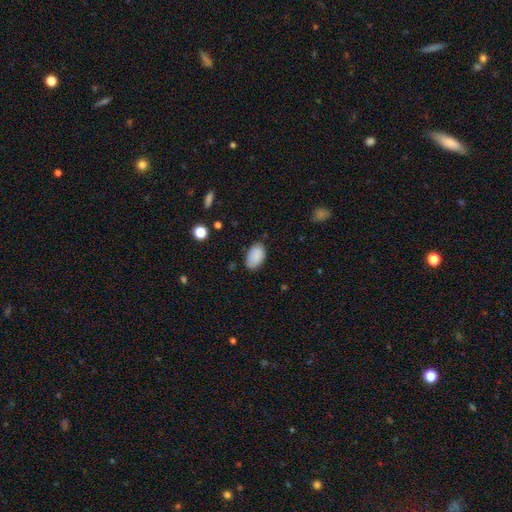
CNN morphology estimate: Smooth or featured? Predicted: smooth (p=0.87). How rounded? Predicted: in between (p=0.93). Merging? Predicted: none (p=0.79).